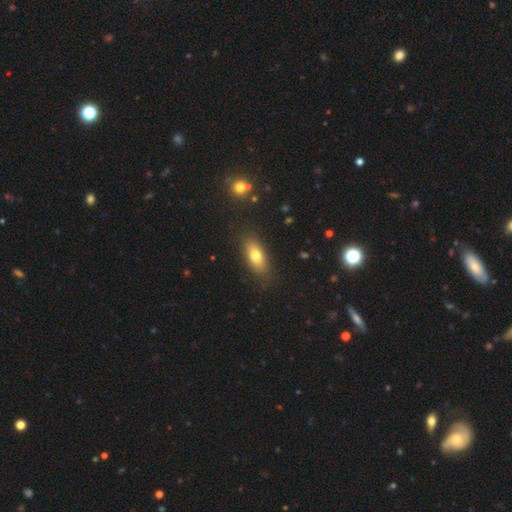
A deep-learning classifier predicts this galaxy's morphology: smooth 75%, featured or disk 17%, star or artifact 8%. Down the decision tree: how rounded — in between (80%); merging — none (84%).